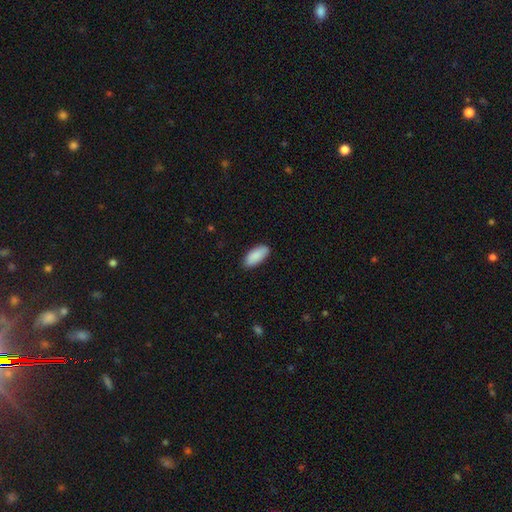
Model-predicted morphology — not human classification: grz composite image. It shows a smooth galaxy with no disk features (90%) that is in between round and cigar-shaped (88%). Merging: none (88%).